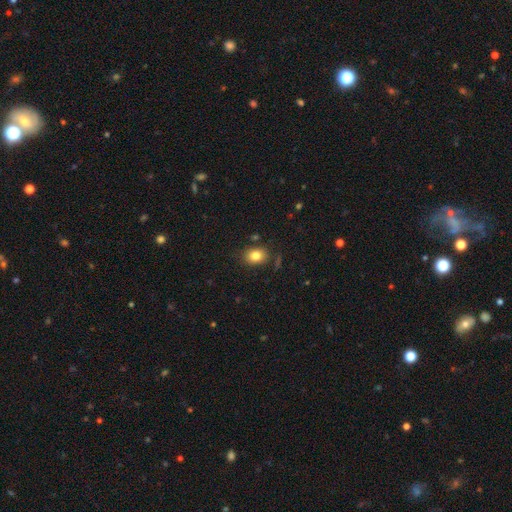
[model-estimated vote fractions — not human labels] This is clearly a smooth galaxy (83%). How rounded: possibly in between (58%). Merging: clearly none (81%).